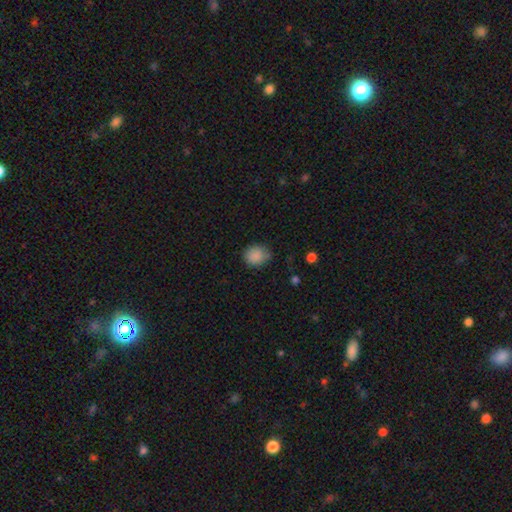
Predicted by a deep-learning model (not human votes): Morphology: type=smooth (87%); roundness=round (65%); merging=none (73%).